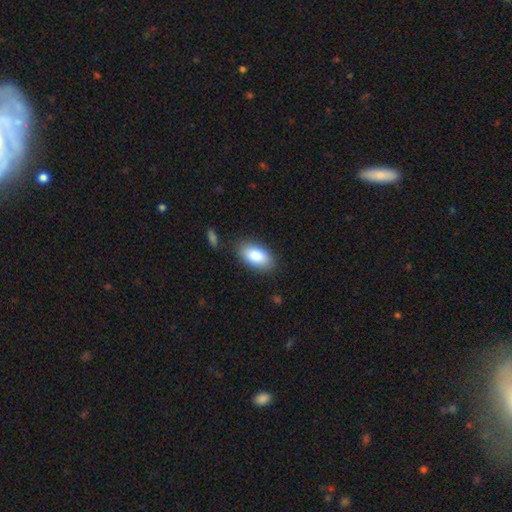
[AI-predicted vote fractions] Smooth or featured? Predicted: smooth (p=0.87). How rounded? Predicted: in between (p=0.94). Merging? Predicted: none (p=0.84).